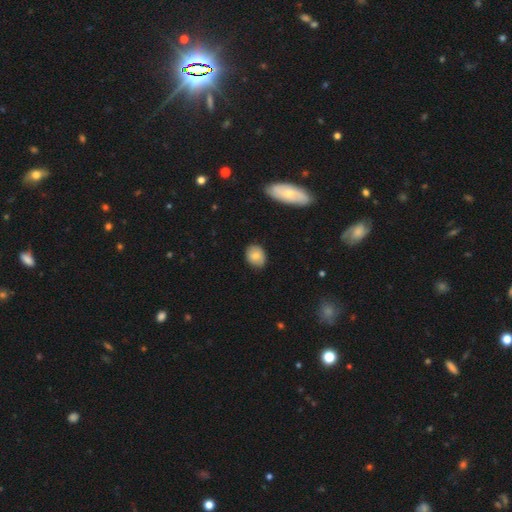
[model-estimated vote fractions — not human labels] smooth_or_featured: smooth (p=0.77) [alt: featured or disk p=0.15]
how_rounded: in between (p=0.53) [alt: round p=0.45]
merging: none (p=0.78) [alt: minor disturbance p=0.18]